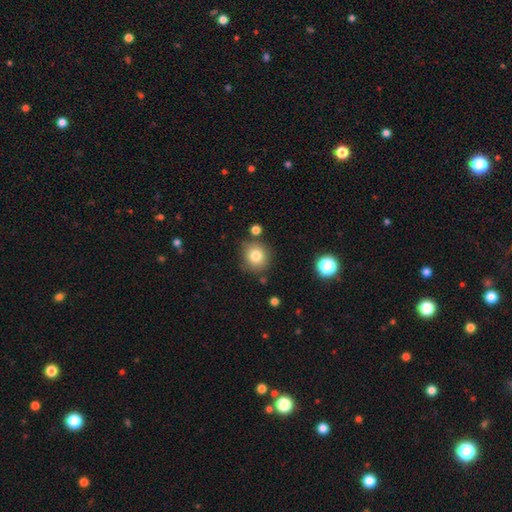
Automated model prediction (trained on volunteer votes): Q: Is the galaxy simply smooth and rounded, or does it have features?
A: smooth — 81%.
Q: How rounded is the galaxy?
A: round — 86%.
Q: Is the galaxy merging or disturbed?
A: none — 79%.